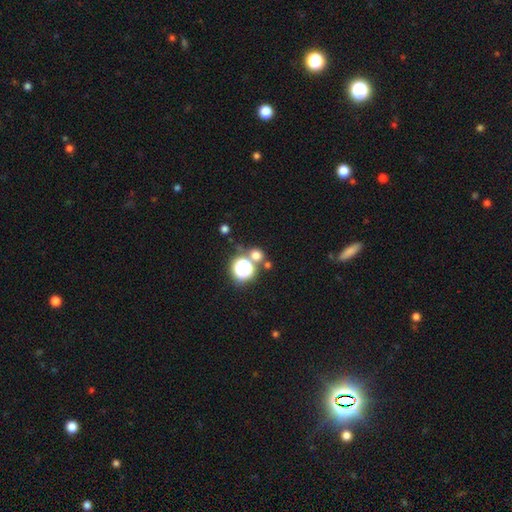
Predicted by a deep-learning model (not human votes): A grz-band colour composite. It shows a smooth galaxy with no disk features (63%) that is round (85%). Merging: none (69%).